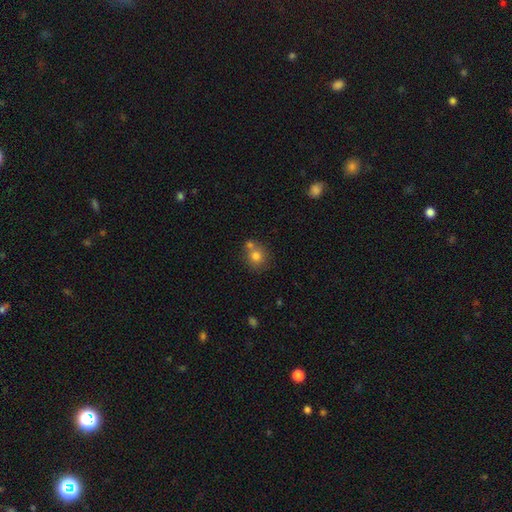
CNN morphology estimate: smooth-or-featured: smooth: 76% | featured or disk: 13% | star or artifact: 11%
  how-rounded: round: 83% | in between: 16% | cigar-shaped: 1%
  merging: none: 56% | merger: 29% | minor disturbance: 11% | major disturbance: 4%